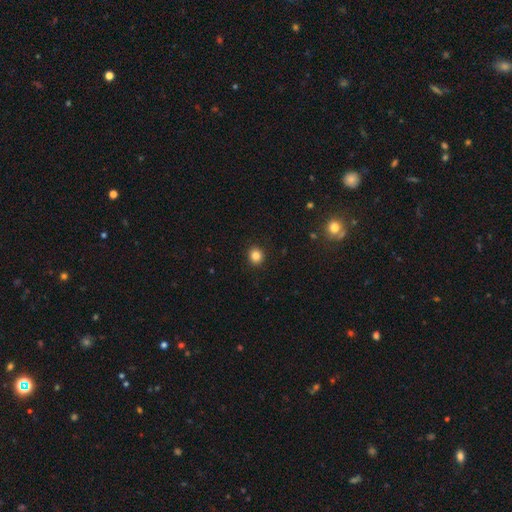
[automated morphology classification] Overall: smooth (84%). How rounded: round (83%). Merging: none (92%).